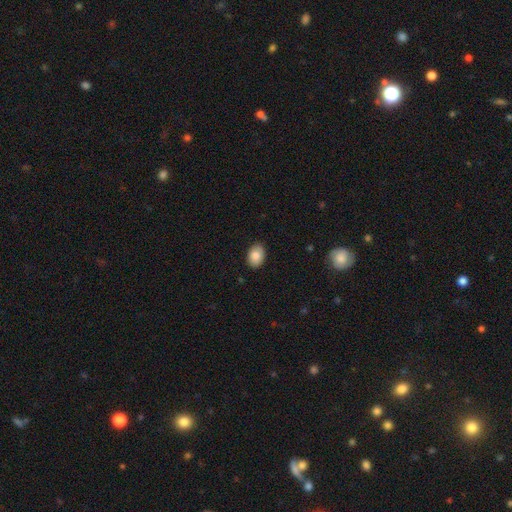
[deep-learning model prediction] smooth-or-featured: smooth: 87% | star or artifact: 7% | featured or disk: 6%
  how-rounded: in between: 81% | round: 18% | cigar-shaped: 1%
  merging: none: 89% | minor disturbance: 8% | major disturbance: 2% | merger: 1%